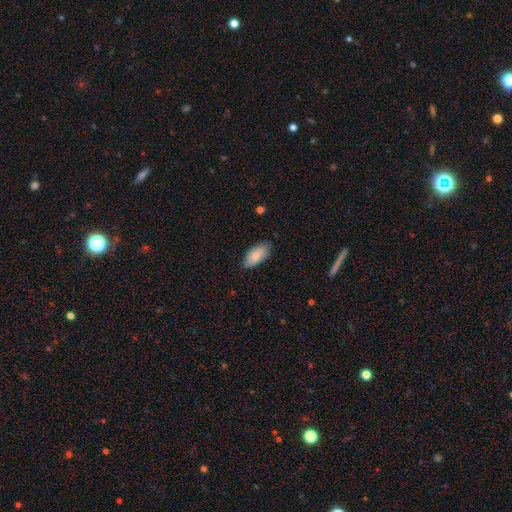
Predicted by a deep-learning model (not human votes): The model was most divided on "merging": none: 75%, minor disturbance: 21%, major disturbance: 3%, merger: 1%. More confident: how rounded — in between (93%); smooth or featured — smooth (81%).